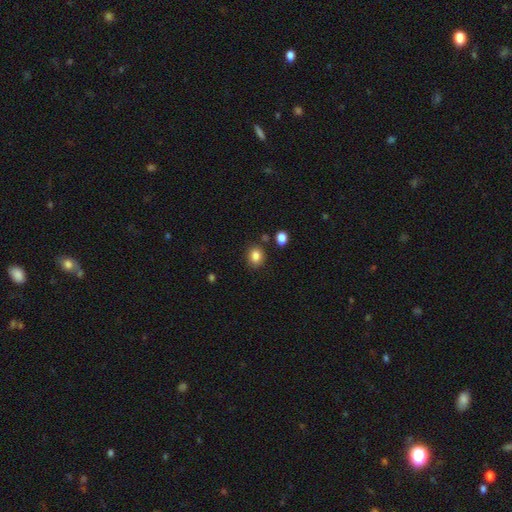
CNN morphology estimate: smooth 84%, star or artifact 10%, featured or disk 5%. Down the decision tree: how rounded — round (59%); merging — none (83%).